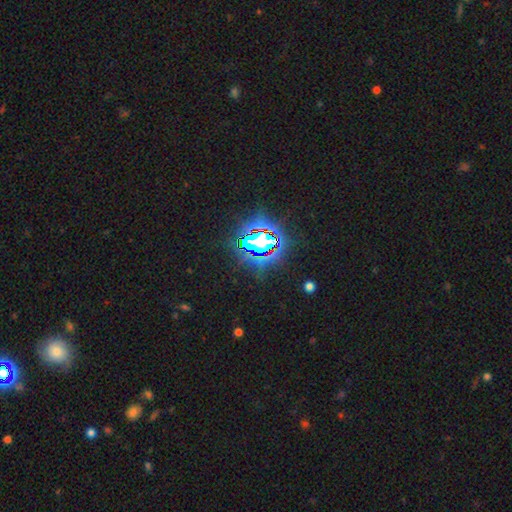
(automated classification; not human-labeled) Smooth or featured: star or artifact — 83% (smooth — 11%)